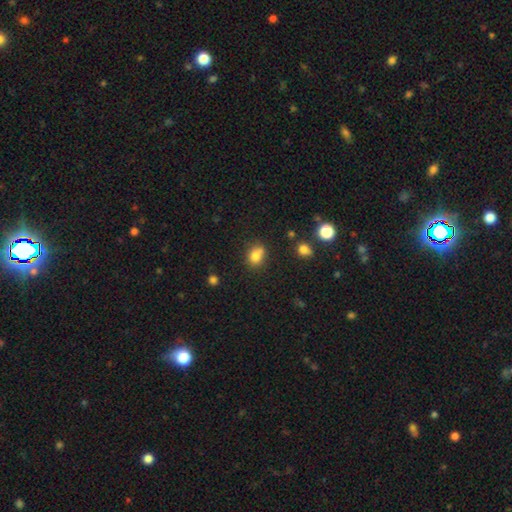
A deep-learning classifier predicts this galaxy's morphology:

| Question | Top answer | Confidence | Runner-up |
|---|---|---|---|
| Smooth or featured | smooth | 79% | star or artifact (12%) |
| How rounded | in between | 53% | round (46%) |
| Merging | none | 53% | minor disturbance (21%) |